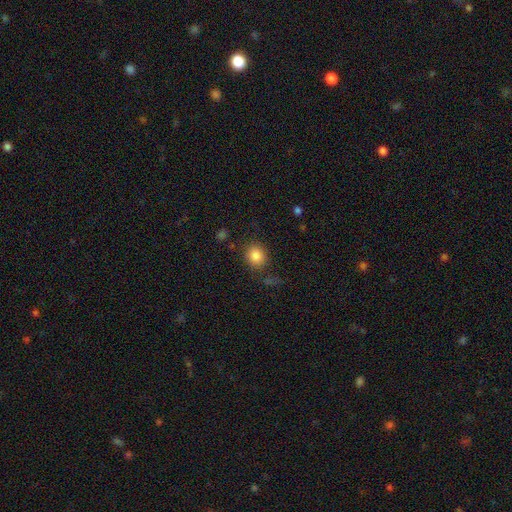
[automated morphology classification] Q: Smooth or featured?
A: smooth (85%); runner-up: star or artifact (10%)
Q: How rounded?
A: round (80%); runner-up: in between (19%)
Q: Merging?
A: none (81%); runner-up: minor disturbance (11%)